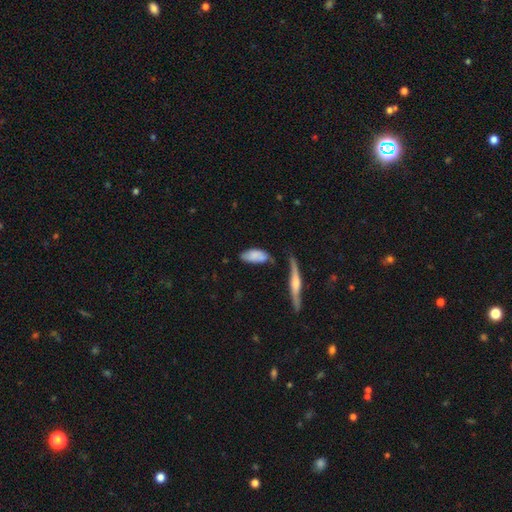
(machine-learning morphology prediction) Smooth or featured?
  - smooth: 72% *
  - featured or disk: 21%
  - star or artifact: 7%
How rounded?
  - in between: 84% *
  - cigar-shaped: 14%
  - round: 2%
Merging?
  - none: 55% *
  - minor disturbance: 28%
  - merger: 9%
  - major disturbance: 8%